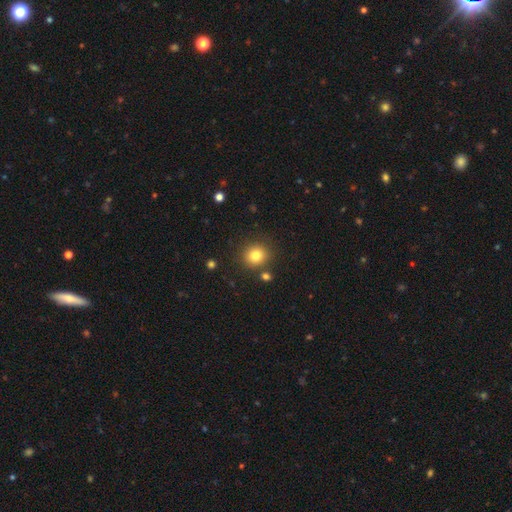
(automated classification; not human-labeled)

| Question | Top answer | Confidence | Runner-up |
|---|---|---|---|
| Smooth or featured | smooth | 80% | star or artifact (12%) |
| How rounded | round | 84% | in between (15%) |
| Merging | none | 83% | minor disturbance (8%) |